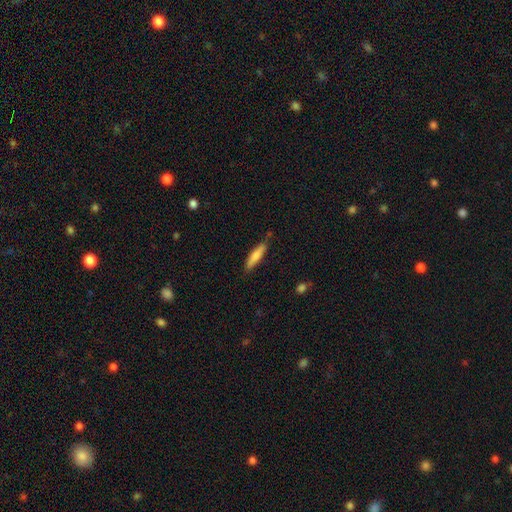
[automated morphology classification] Smooth or featured: smooth — 77% (featured or disk — 17%)
How rounded: cigar-shaped — 81% (in between — 17%)
Merging: none — 81% (minor disturbance — 14%)